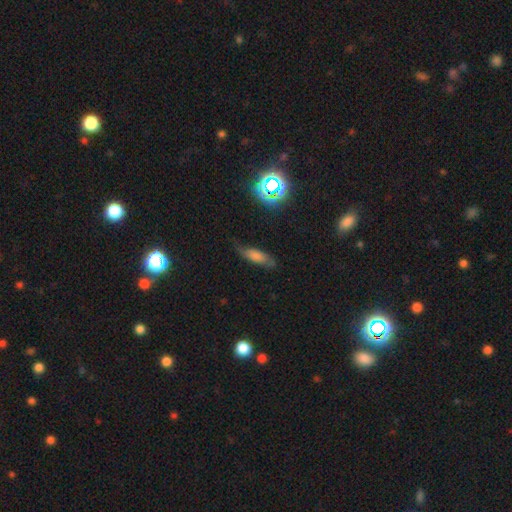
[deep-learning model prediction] The model was most divided on "how rounded": in between: 54%, cigar-shaped: 42%, round: 4%. More confident: merging — none (64%); smooth or featured — smooth (58%).